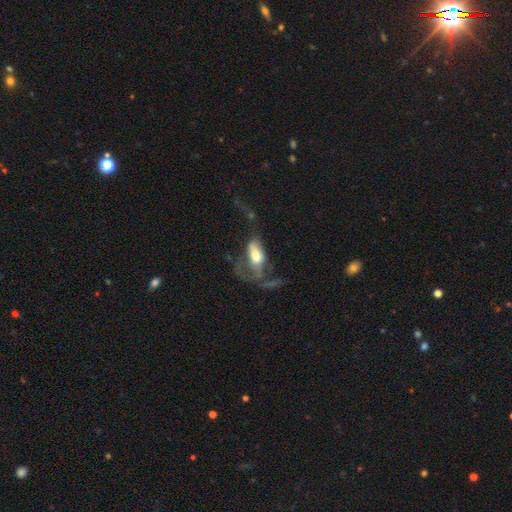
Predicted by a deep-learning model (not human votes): smooth-or-featured: featured or disk: 46% (tied) | smooth: 46% (tied) | star or artifact: 8%
  merging: major disturbance: 60% | none: 16% | minor disturbance: 14% | merger: 10%